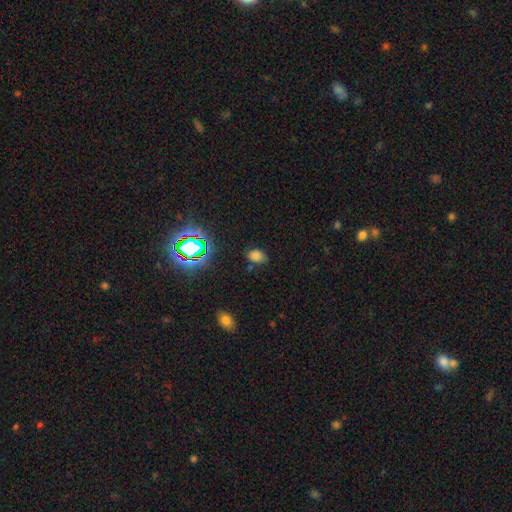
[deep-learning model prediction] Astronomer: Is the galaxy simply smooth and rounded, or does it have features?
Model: smooth — 70%.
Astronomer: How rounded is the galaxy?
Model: in between — 77%.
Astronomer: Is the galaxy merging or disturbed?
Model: none — 76%.